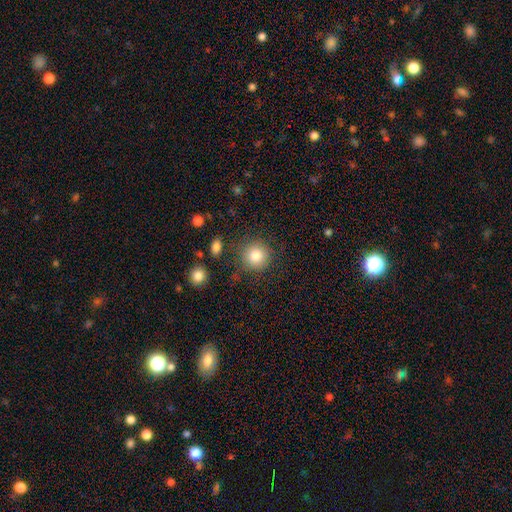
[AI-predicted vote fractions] Q: Smooth or featured?
A: smooth (83%); runner-up: star or artifact (10%)
Q: How rounded?
A: round (92%); runner-up: in between (7%)
Q: Merging?
A: none (82%); runner-up: minor disturbance (10%)